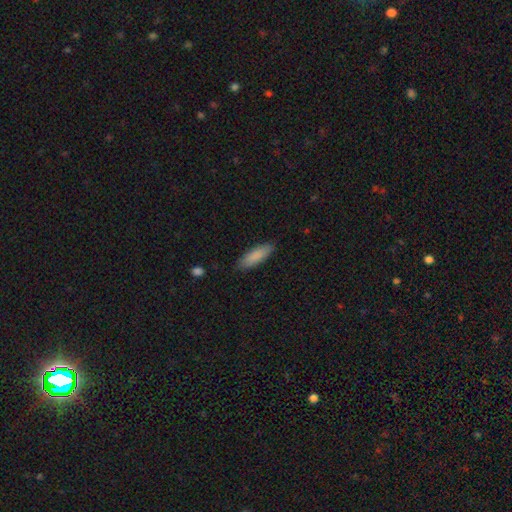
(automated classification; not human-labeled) The model was most divided on "how rounded": cigar-shaped: 52%, in between: 47%, round: 1%. More confident: smooth or featured — smooth (87%); merging — none (86%).